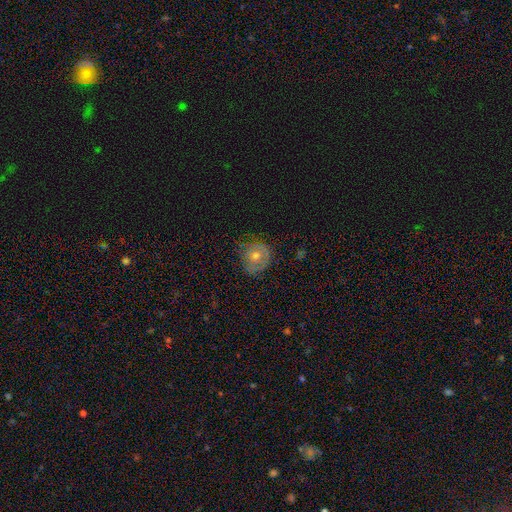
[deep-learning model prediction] Smooth or featured?
  - featured or disk: 48% *
  - smooth: 42%
  - star or artifact: 10%
Merging?
  - none: 74% *
  - minor disturbance: 19%
  - major disturbance: 6%
  - merger: 1%